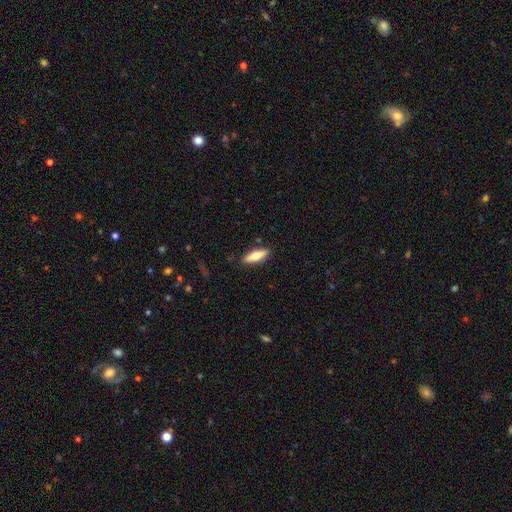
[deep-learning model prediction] Q: Smooth or featured?
A: smooth (63%); runner-up: featured or disk (31%)
Q: How rounded?
A: cigar-shaped (50%); runner-up: in between (48%)
Q: Merging?
A: none (87%); runner-up: minor disturbance (9%)